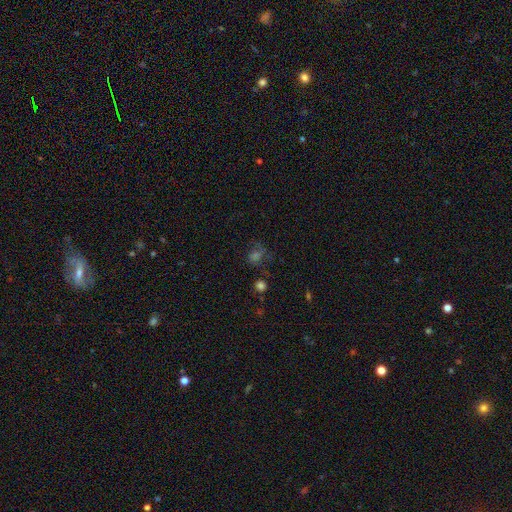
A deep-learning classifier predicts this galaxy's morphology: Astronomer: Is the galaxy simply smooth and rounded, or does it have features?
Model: smooth — 41% (runner-up: star or artifact, 38%).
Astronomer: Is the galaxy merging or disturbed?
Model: none — 58%.